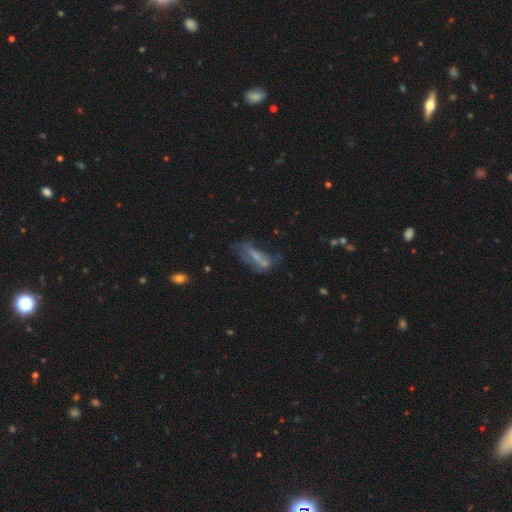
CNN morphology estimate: Smooth or featured: smooth — 41% (featured or disk — 40%)
Merging: none — 36% (major disturbance — 28%)